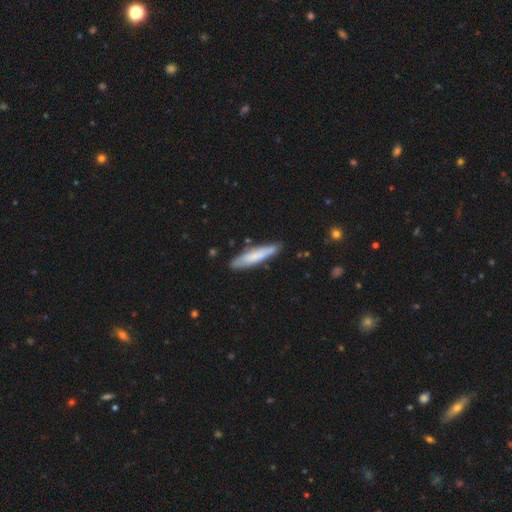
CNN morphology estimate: This is likely a smooth galaxy (70%). How rounded: clearly cigar-shaped (87%). Merging: clearly none (83%).